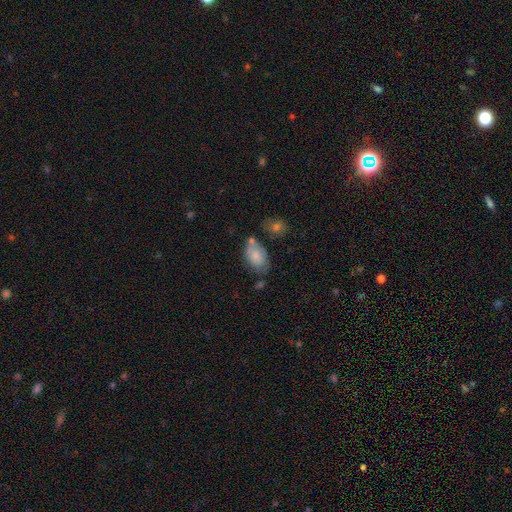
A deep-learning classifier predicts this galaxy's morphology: smooth-or-featured: smooth: 80% | featured or disk: 13% | star or artifact: 7%
  how-rounded: in between: 91% | round: 8% | cigar-shaped: 2%
  merging: none: 55% | minor disturbance: 23% | merger: 15% | major disturbance: 7%